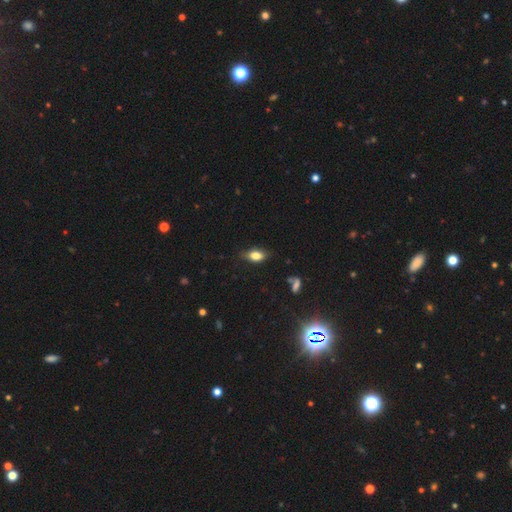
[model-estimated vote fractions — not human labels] This appears to be a smooth galaxy with no disk features (78%) that is in between round and cigar-shaped (84%). Merging: none (77%).